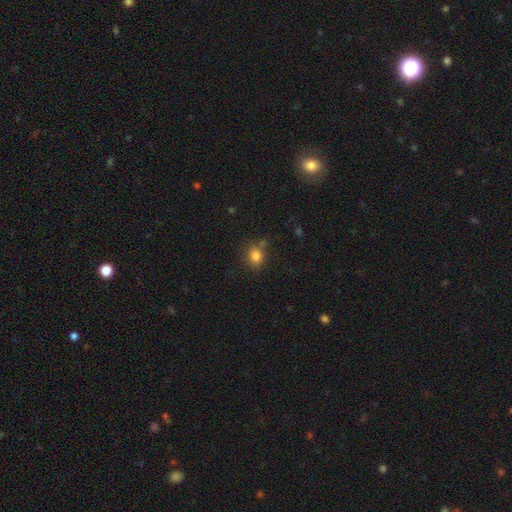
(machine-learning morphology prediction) This is clearly a smooth galaxy (82%). How rounded: possibly round (53%). Merging: likely none (73%).